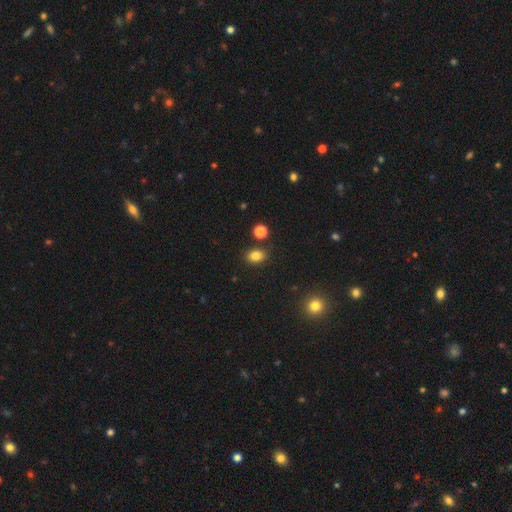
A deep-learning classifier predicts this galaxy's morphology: This is clearly a smooth galaxy (82%). How rounded: likely in between (66%). Merging: clearly none (82%).